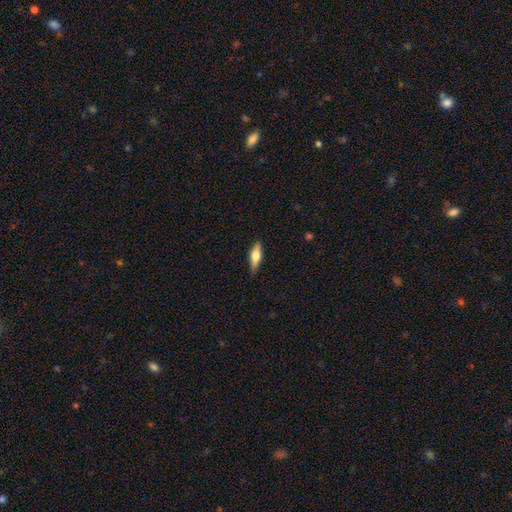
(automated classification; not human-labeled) Smooth or featured?
  - smooth: 59% *
  - featured or disk: 35%
  - star or artifact: 6%
How rounded?
  - in between: 49% * (tied)
  - cigar-shaped: 49% * (tied)
  - round: 2%
Merging?
  - none: 86% *
  - minor disturbance: 11%
  - major disturbance: 2%
  - merger: 1%